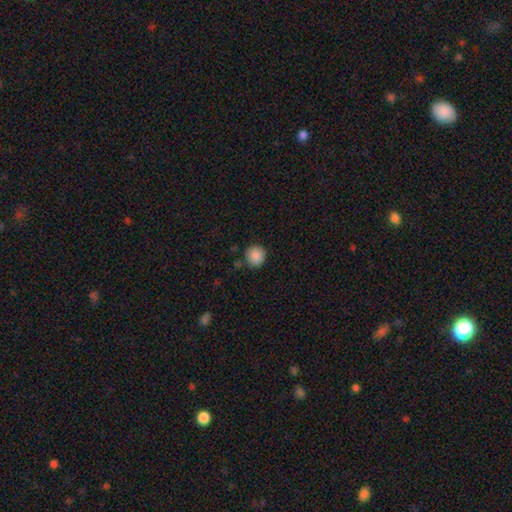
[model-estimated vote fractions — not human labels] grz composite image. It shows a smooth galaxy with no disk features (88%) that is round (89%). Merging: none (84%).